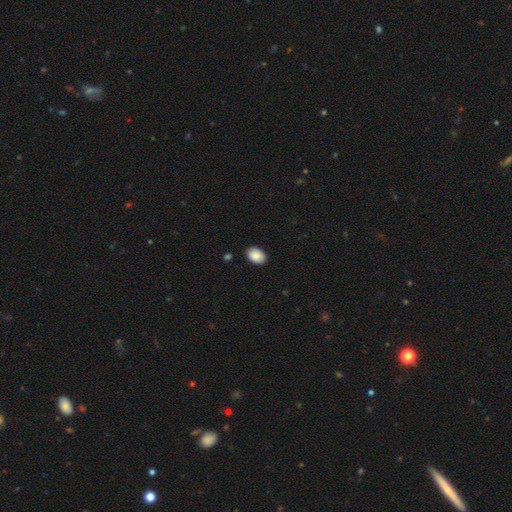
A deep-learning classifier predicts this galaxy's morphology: Smooth or featured? Predicted: smooth (p=0.90). How rounded? Predicted: in between (p=0.80). Merging? Predicted: none (p=0.88).